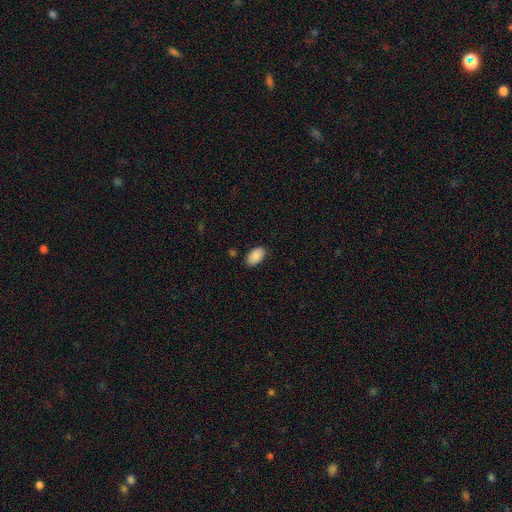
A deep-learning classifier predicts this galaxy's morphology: The model was most divided on "merging": none: 83%, minor disturbance: 13%, major disturbance: 2%, merger: 2%. More confident: how rounded — in between (93%); smooth or featured — smooth (88%).